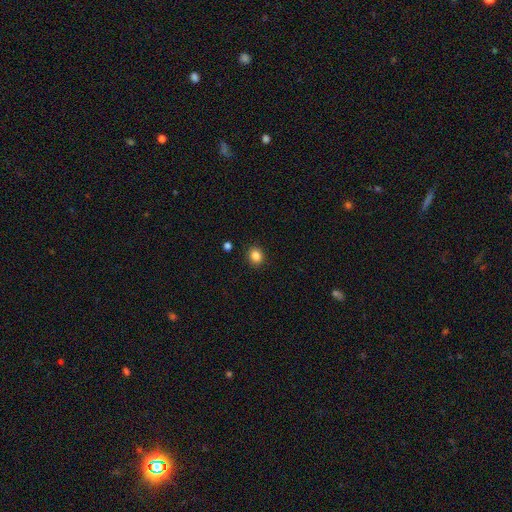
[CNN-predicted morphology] Overall: smooth (85%). How rounded: round (71%). Merging: none (90%).